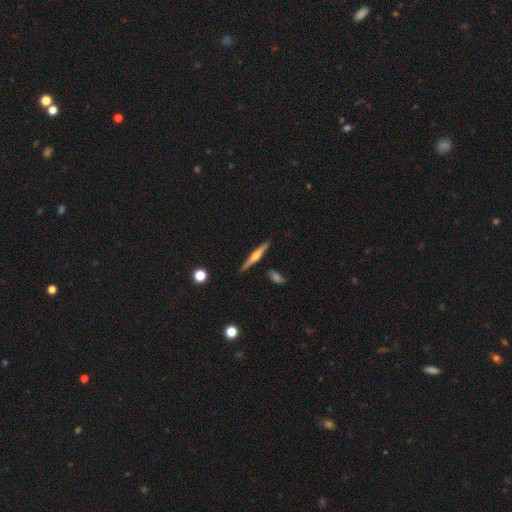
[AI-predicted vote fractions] A featured or disk galaxy (63%) viewed edge-on (97%) with a rounded central bulge (82%).

Vote fractions:
- Smooth or featured? featured or disk: 63% / smooth: 31% / star or artifact: 6%
- Edge-on disk? yes: 97% / no: 3%
- Edge-on bulge? rounded: 82% / boxy: 10% / none: 9%
- Merging? none: 85% / minor disturbance: 10% / merger: 3% / major disturbance: 2%